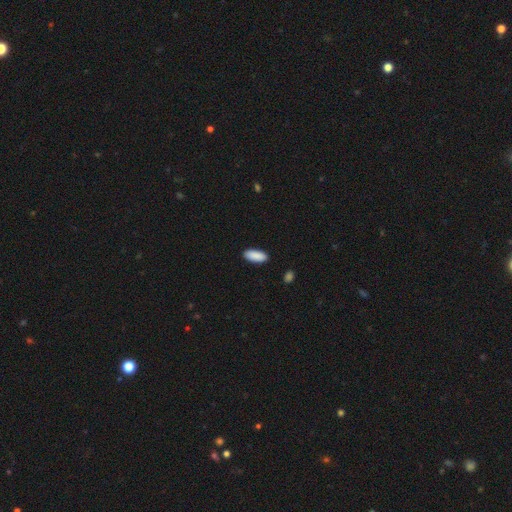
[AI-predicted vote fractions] A smooth galaxy with no disk features (91%) that is in between round and cigar-shaped (85%).

Vote fractions:
- Smooth or featured? smooth: 91% / star or artifact: 6% / featured or disk: 3%
- How rounded? in between: 85% / cigar-shaped: 13% / round: 2%
- Merging? none: 90% / minor disturbance: 7% / major disturbance: 2% / merger: 1%